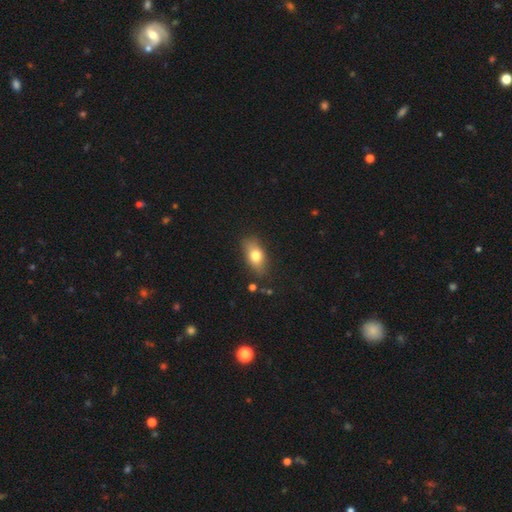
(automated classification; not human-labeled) Morphology: type=smooth (75%); roundness=in between (84%); merging=none (80%).